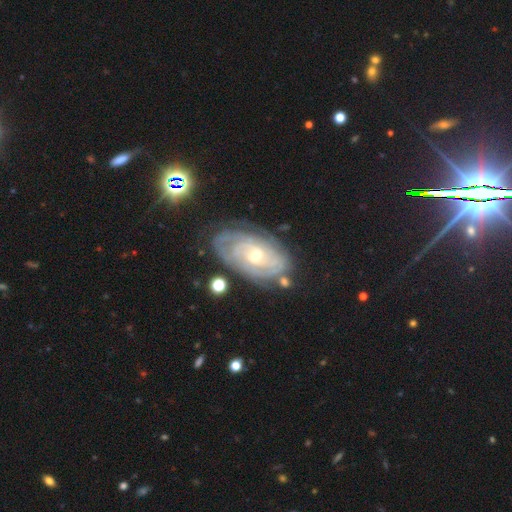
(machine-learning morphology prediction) A featured or disk galaxy (84%) with no bar (61%), tight (78%) spiral arms (94%) and a moderate central bulge (52%). Merging: none (72%).